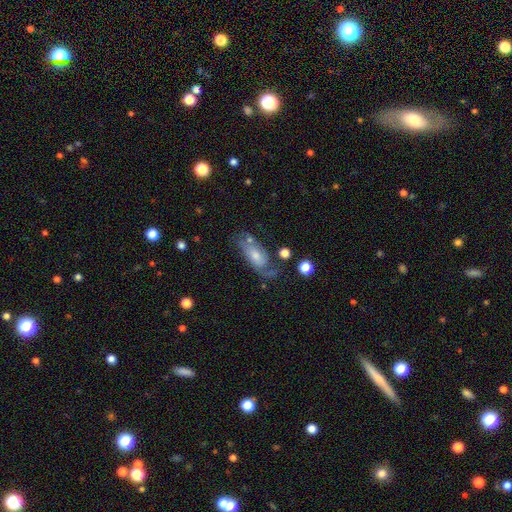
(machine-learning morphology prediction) smooth_or_featured: featured or disk (p=0.57) [alt: smooth p=0.36]
disk_edge_on: no (p=0.89) [alt: yes p=0.11]
bar: no (p=0.67) [alt: weak p=0.28]
has_spiral_arms: yes (p=0.82) [alt: no p=0.18]
bulge_size: moderate (p=0.46) [alt: small p=0.34]
merging: none (p=0.46) [alt: minor disturbance p=0.25]